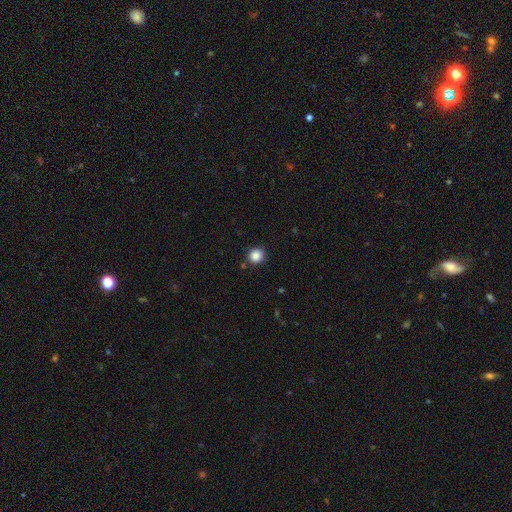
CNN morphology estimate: A smooth galaxy with no disk features (86%) that is round (90%).

Vote fractions:
- Smooth or featured? smooth: 86% / star or artifact: 11% / featured or disk: 3%
- How rounded? round: 90% / in between: 9% / cigar-shaped: 1%
- Merging? none: 87% / minor disturbance: 8% / merger: 3% / major disturbance: 2%